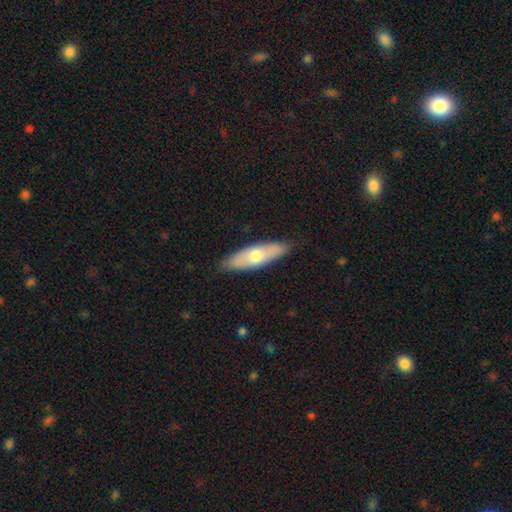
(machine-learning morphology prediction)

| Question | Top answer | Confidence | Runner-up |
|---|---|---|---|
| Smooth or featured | smooth | 57% | featured or disk (37%) |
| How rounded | cigar-shaped | 52% | in between (46%) |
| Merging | none | 87% | minor disturbance (10%) |